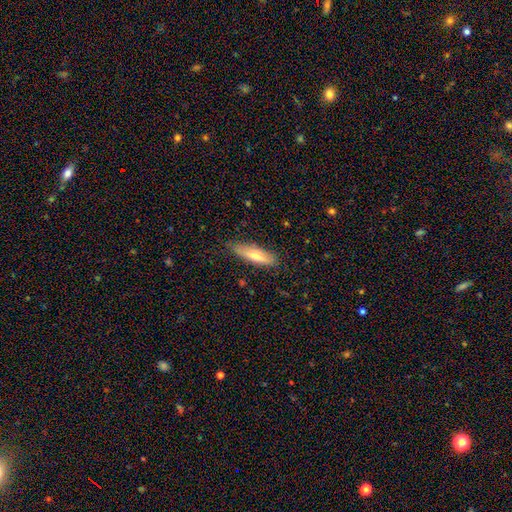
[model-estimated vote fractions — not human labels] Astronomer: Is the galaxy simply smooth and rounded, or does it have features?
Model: smooth — 60%.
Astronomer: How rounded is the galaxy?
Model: cigar-shaped — 64%.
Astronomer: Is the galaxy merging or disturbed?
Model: none — 80%.